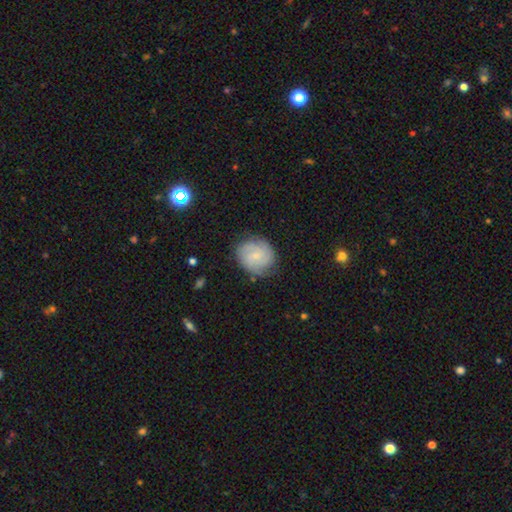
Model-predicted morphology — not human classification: Q: Smooth or featured?
A: featured or disk (64%); runner-up: smooth (28%)
Q: Edge-on disk?
A: no (98%); runner-up: yes (2%)
Q: Bar?
A: no (68%); runner-up: weak (28%)
Q: Spiral arms?
A: yes (91%); runner-up: no (9%)
Q: Spiral winding?
A: tight (61%); runner-up: medium (31%)
Q: Spiral arm count?
A: can't tell (30%); runner-up: 2 (26%)
Q: Bulge size?
A: small (76%); runner-up: moderate (19%)
Q: Merging?
A: none (77%); runner-up: minor disturbance (17%)